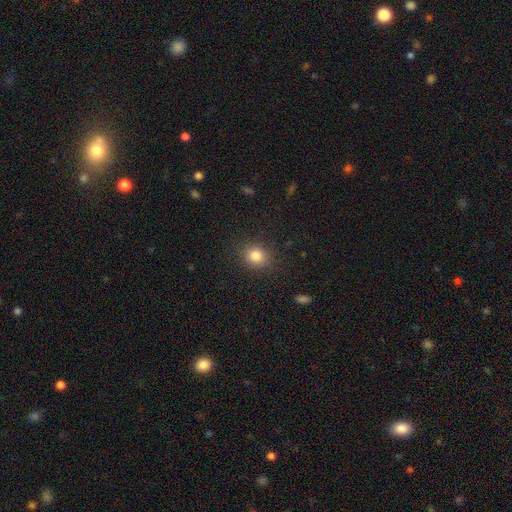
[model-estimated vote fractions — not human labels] A smooth galaxy with no disk features (82%) that is round (76%). Merging: none (88%).